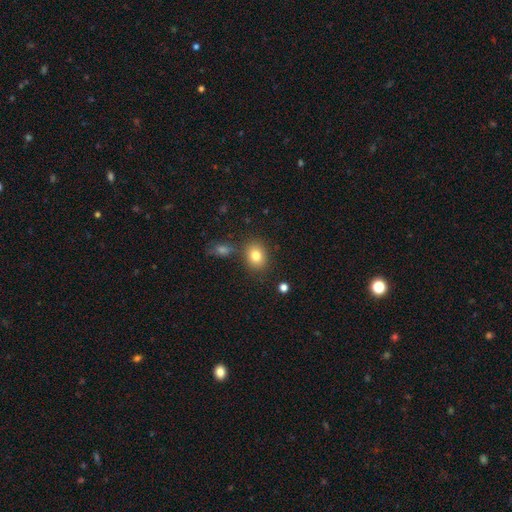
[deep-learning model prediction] Morphology: type=smooth (81%); roundness=round (54%); merging=none (78%).